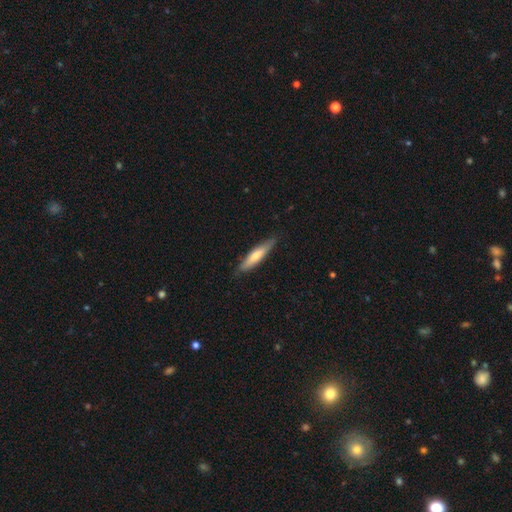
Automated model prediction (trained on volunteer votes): Morphology: type=smooth (59%); roundness=cigar-shaped (84%); merging=none (86%).